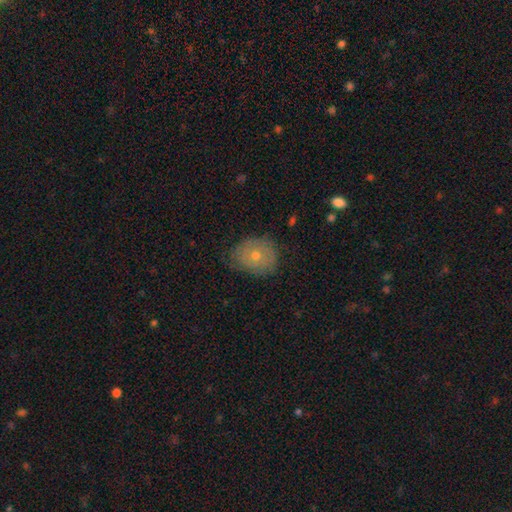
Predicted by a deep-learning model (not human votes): Overall: smooth (58%; featured or disk 32%). How rounded: round (63%; in between 36%). Merging: none (71%).